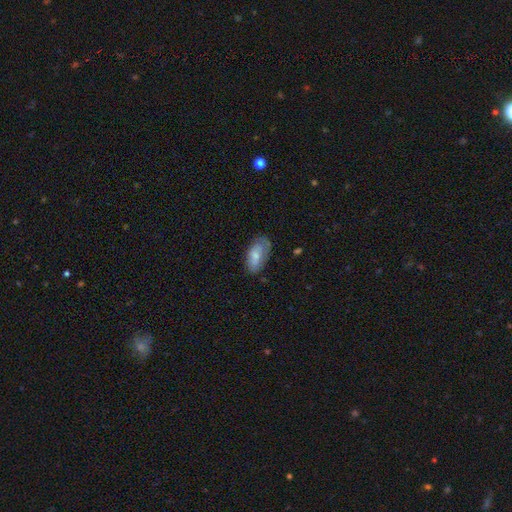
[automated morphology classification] smooth 72%, featured or disk 21%, star or artifact 7%. Down the decision tree: how rounded — in between (91%); merging — none (60%).